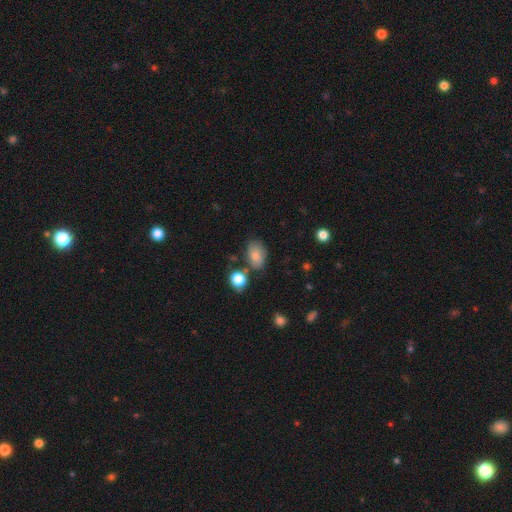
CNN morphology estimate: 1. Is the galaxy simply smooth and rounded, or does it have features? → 80% smooth, 11% featured or disk, 9% star or artifact.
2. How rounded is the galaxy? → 81% in between, 18% round, 1% cigar-shaped.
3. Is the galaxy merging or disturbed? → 66% none, 20% minor disturbance, 8% merger, 6% major disturbance.